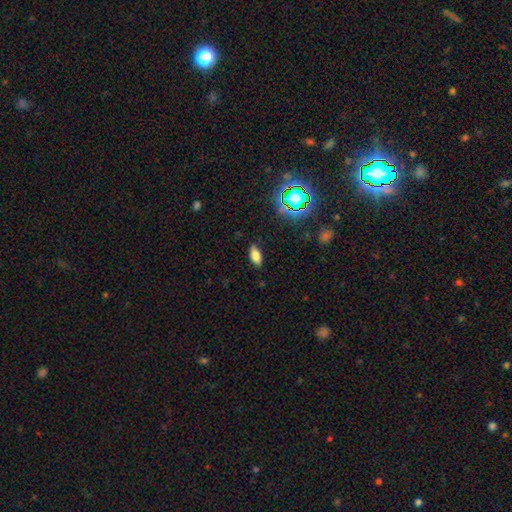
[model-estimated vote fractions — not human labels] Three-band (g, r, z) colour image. It shows a smooth galaxy with no disk features (74%) that is in between round and cigar-shaped (83%). Merging: none (84%).